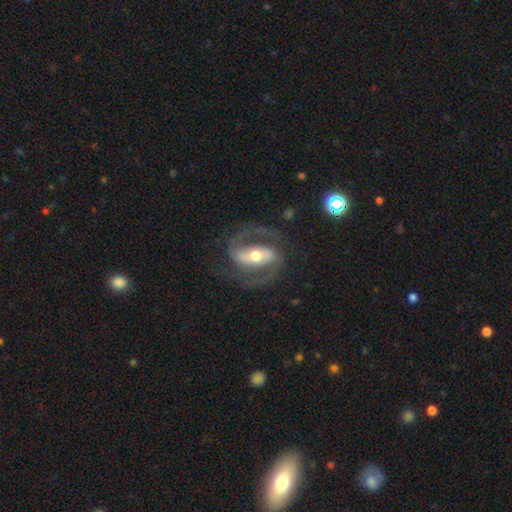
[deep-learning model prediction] Smooth or featured?
  - featured or disk: 90% *
  - smooth: 6%
  - star or artifact: 4%
Edge-on disk?
  - no: 97% *
  - yes: 3%
Bar?
  - strong: 60% *
  - weak: 26%
  - no: 13%
Spiral arms?
  - yes: 96% *
  - no: 4%
Spiral winding?
  - medium: 61% *
  - tight: 22%
  - loose: 18%
Spiral arm count?
  - 2: 93% *
  - can't tell: 2%
  - 1: 2%
  - 3: 1%
  - 4: 1%
  - more than 4: 1%
Bulge size?
  - moderate: 65% *
  - small: 24%
  - large: 9%
  - dominant: 1%
  - none: 1%
Merging?
  - none: 77% *
  - minor disturbance: 12%
  - major disturbance: 9%
  - merger: 1%